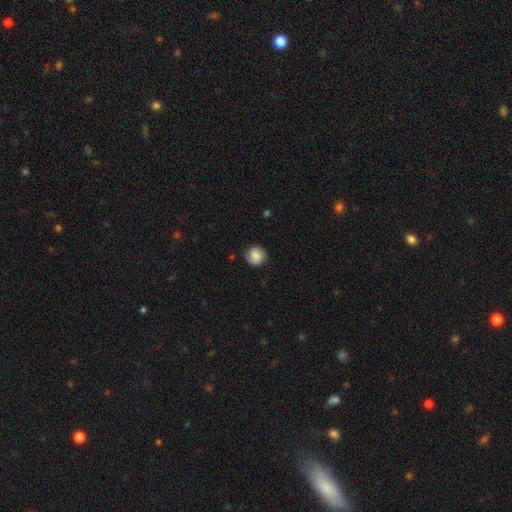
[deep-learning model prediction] This appears to be a smooth galaxy with no disk features (75%) that is round (91%). Merging: none (84%).